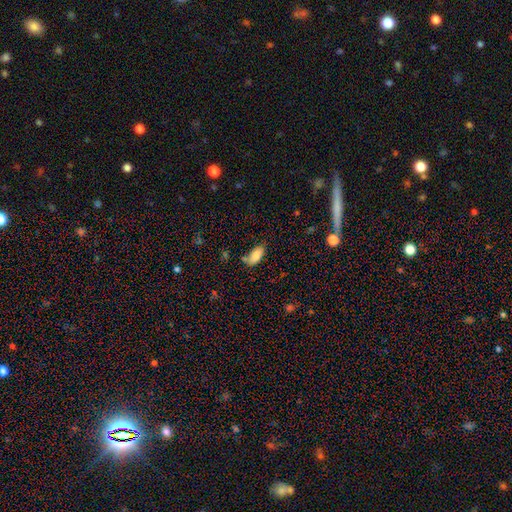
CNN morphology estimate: Smooth or featured? Predicted: smooth (p=0.82). How rounded? Predicted: in between (p=0.88). Merging? Predicted: none (p=0.67).